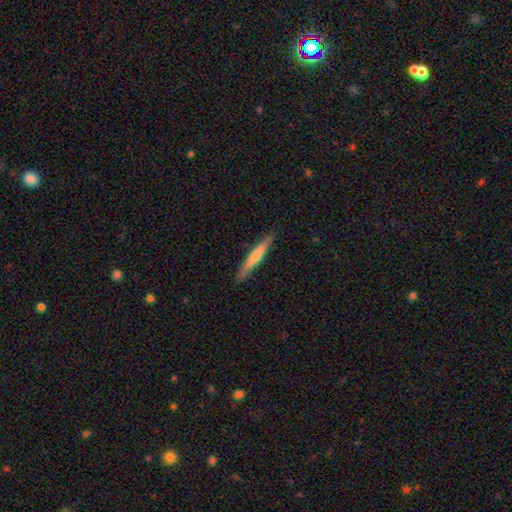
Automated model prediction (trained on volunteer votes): Q: Smooth or featured?
A: smooth (59%); runner-up: featured or disk (36%)
Q: How rounded?
A: cigar-shaped (94%); runner-up: in between (4%)
Q: Merging?
A: none (89%); runner-up: minor disturbance (8%)